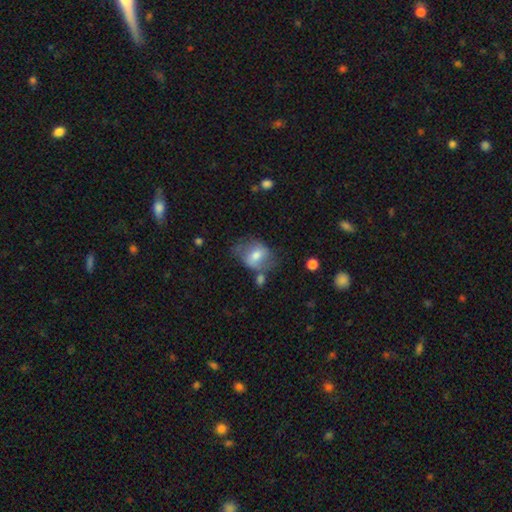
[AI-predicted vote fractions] Q: Smooth or featured?
A: smooth (58%); runner-up: featured or disk (34%)
Q: How rounded?
A: in between (63%); runner-up: round (35%)
Q: Merging?
A: none (45%); runner-up: minor disturbance (26%)